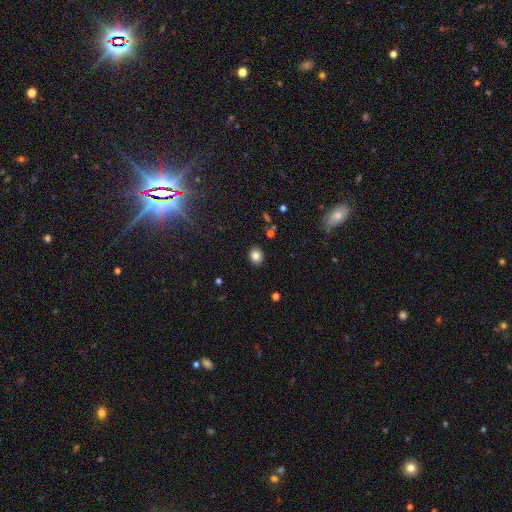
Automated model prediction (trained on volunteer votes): Smooth or featured?
  - smooth: 83% *
  - star or artifact: 11%
  - featured or disk: 6%
How rounded?
  - round: 67% *
  - in between: 32%
  - cigar-shaped: 1%
Merging?
  - none: 90% *
  - minor disturbance: 7%
  - major disturbance: 2%
  - merger: 1%